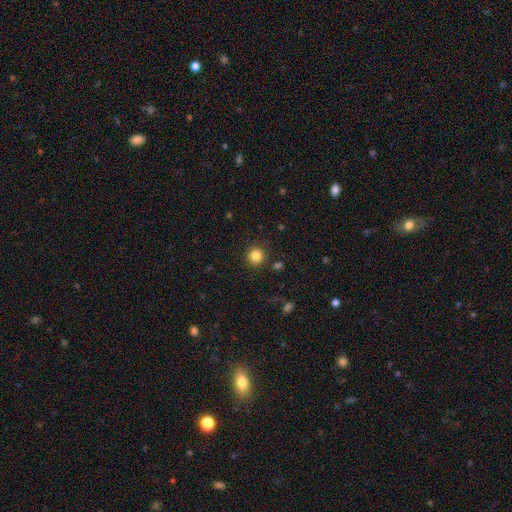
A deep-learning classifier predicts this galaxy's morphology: Overall: smooth (84%). How rounded: round (94%). Merging: none (89%).